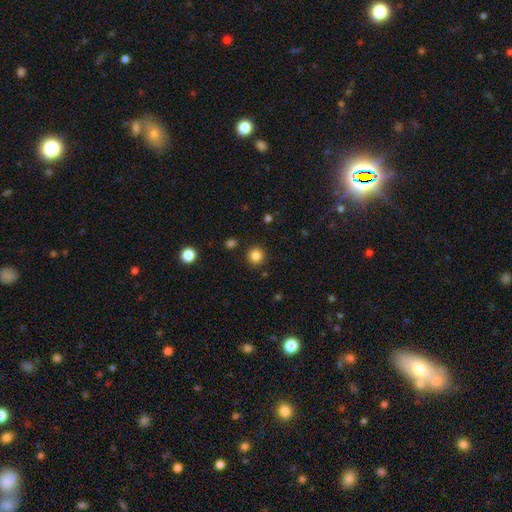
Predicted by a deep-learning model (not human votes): smooth-or-featured: smooth: 85% | star or artifact: 12% | featured or disk: 4%
  how-rounded: round: 93% | in between: 6% | cigar-shaped: 1%
  merging: none: 90% | minor disturbance: 6% | major disturbance: 2% | merger: 2%